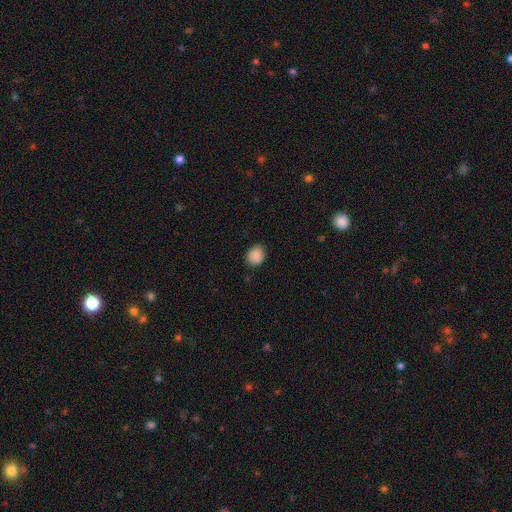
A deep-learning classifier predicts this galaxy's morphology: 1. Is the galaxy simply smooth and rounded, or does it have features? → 88% smooth, 8% star or artifact, 4% featured or disk.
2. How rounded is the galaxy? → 59% round, 40% in between, 1% cigar-shaped.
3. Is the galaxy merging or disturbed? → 76% none, 20% minor disturbance, 3% major disturbance, 1% merger.